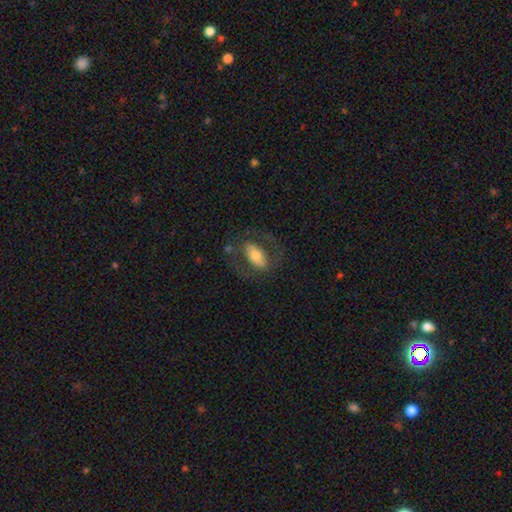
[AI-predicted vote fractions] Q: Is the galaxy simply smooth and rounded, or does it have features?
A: smooth — 50%.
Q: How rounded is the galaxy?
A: in between — 89%.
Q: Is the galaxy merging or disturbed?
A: none — 63%.